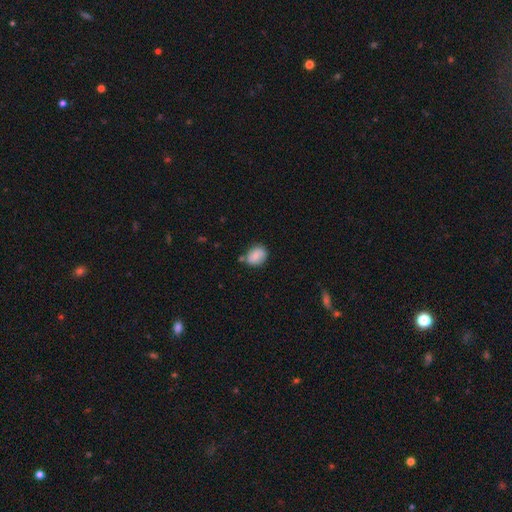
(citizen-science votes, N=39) Smooth or featured? smooth (69%)
How rounded? round (56%)
Merging? none (77%)